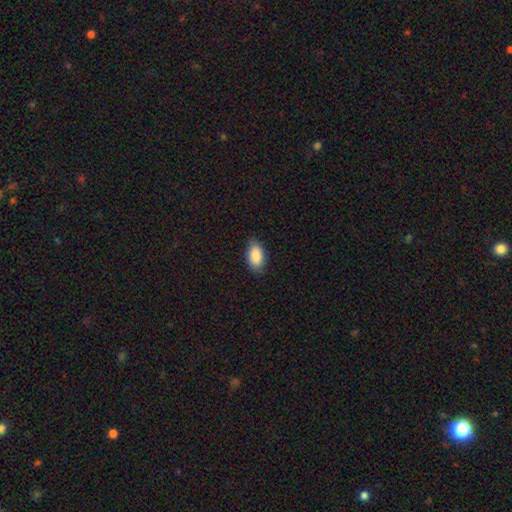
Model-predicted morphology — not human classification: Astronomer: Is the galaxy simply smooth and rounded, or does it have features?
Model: smooth — 88%.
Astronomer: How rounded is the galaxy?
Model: in between — 94%.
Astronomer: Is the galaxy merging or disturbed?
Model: none — 85%.